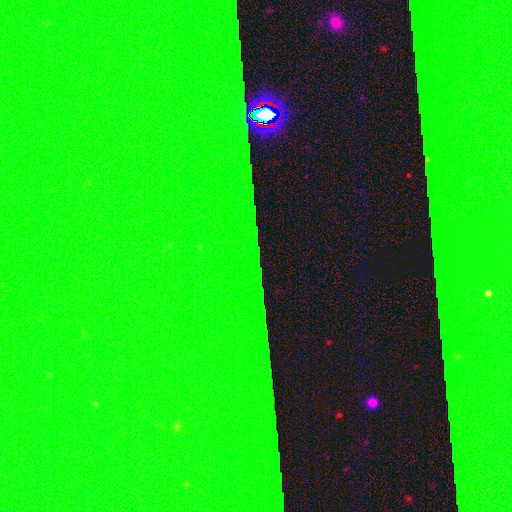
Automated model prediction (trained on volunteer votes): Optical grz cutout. It shows a star or artifact, not a galaxy (85%).